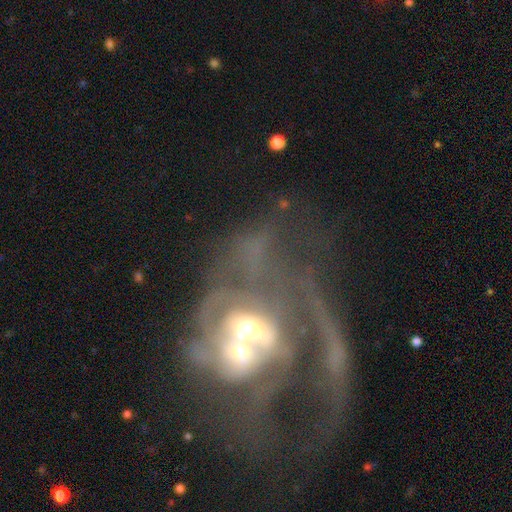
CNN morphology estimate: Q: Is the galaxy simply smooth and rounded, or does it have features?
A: featured or disk — 76%.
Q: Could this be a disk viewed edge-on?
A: no — 97%.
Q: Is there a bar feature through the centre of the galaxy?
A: no — 69%.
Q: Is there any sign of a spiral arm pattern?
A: yes — 59%.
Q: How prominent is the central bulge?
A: moderate — 61%.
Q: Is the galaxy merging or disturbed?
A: merger — 69%.